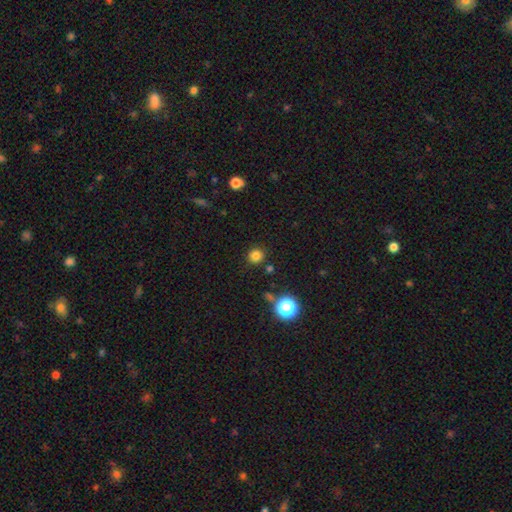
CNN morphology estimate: Smooth or featured? smooth (80%)
How rounded? round (92%)
Merging? none (87%)